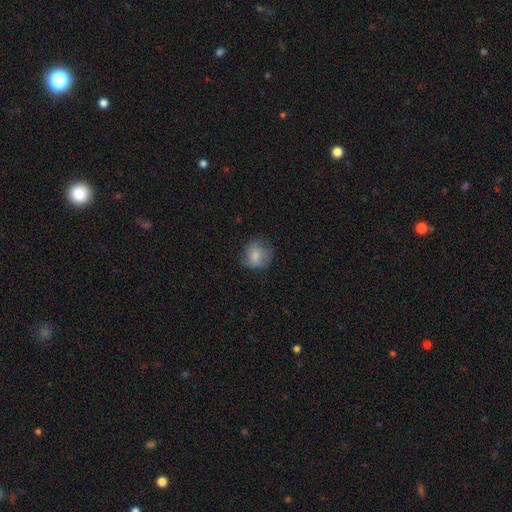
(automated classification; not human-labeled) A smooth galaxy with no disk features (74%) that is round (79%). Merging: none (67%).